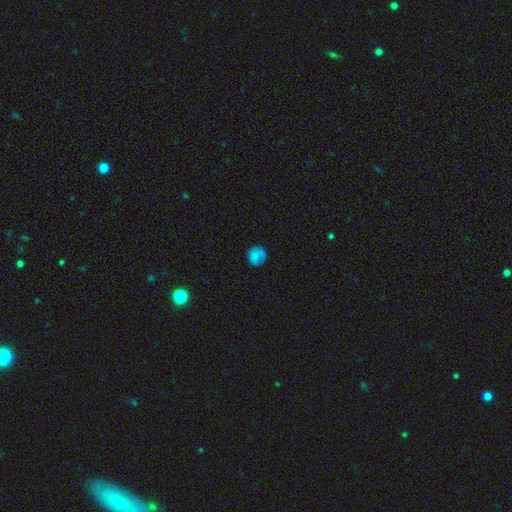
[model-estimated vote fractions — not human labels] Smooth or featured? smooth (76%)
How rounded? round (85%)
Merging? none (69%)